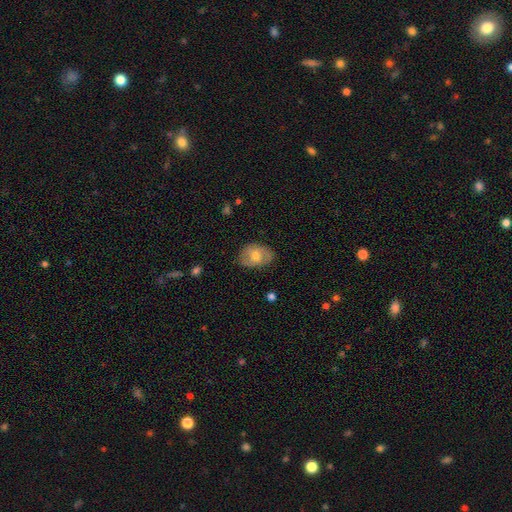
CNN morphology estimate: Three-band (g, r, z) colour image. It shows a smooth galaxy with no disk features (50%). Merging: none (77%).